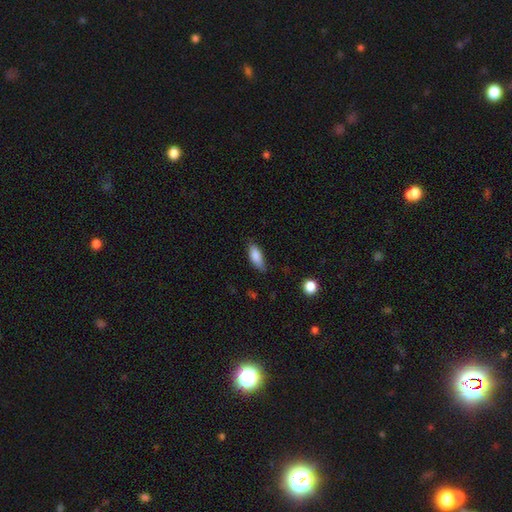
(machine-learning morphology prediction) Smooth or featured? smooth (84%)
How rounded? in between (76%)
Merging? none (71%)